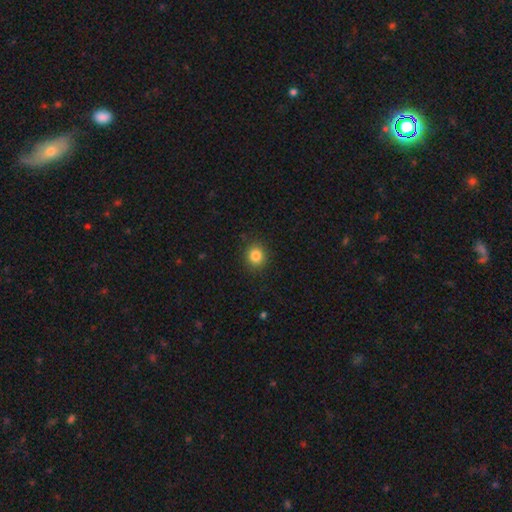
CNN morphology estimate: Smooth or featured? Predicted: smooth (p=0.84). How rounded? Predicted: round (p=0.83). Merging? Predicted: none (p=0.89).